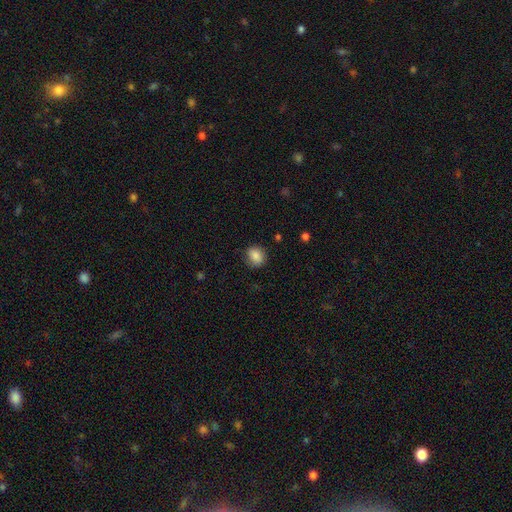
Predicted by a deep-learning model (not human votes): Q: Smooth or featured?
A: smooth (85%); runner-up: star or artifact (9%)
Q: How rounded?
A: round (66%); runner-up: in between (33%)
Q: Merging?
A: none (81%); runner-up: minor disturbance (15%)